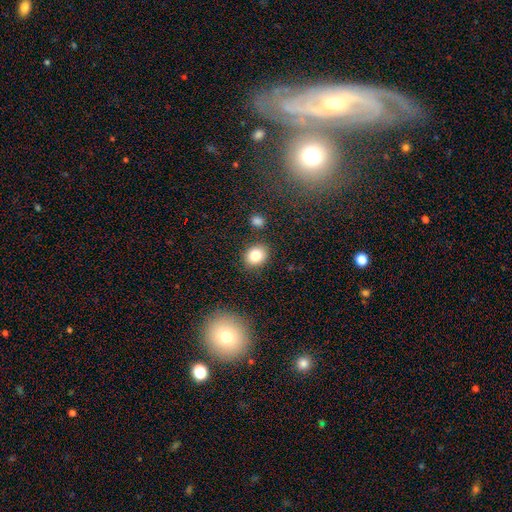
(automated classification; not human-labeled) Smooth or featured? smooth (82%)
How rounded? round (55%)
Merging? none (82%)